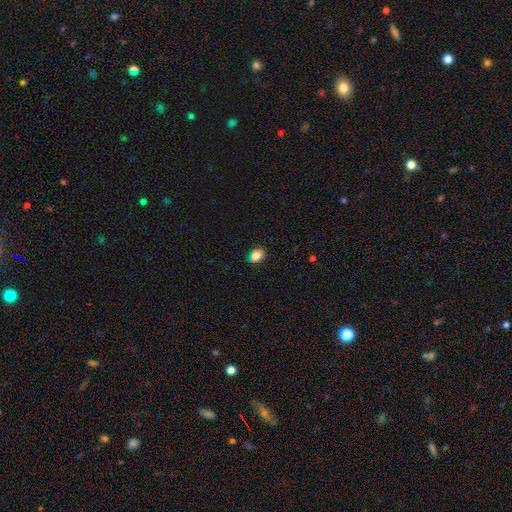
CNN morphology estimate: This appears to be a smooth galaxy with no disk features (86%) that is in between round and cigar-shaped (62%). Merging: none (87%).